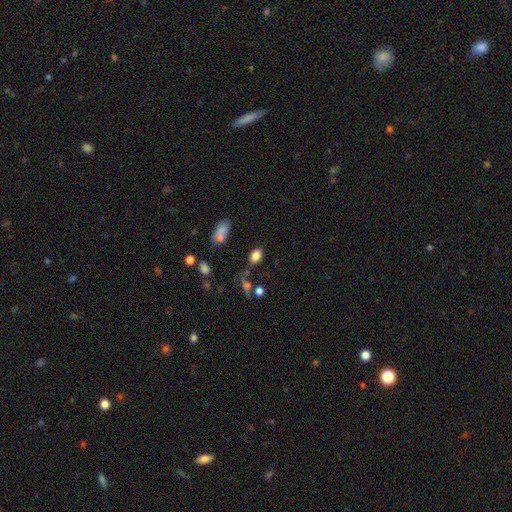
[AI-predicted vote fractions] smooth 83%, star or artifact 11%, featured or disk 7%. Down the decision tree: how rounded — in between (83%); merging — none (69%).